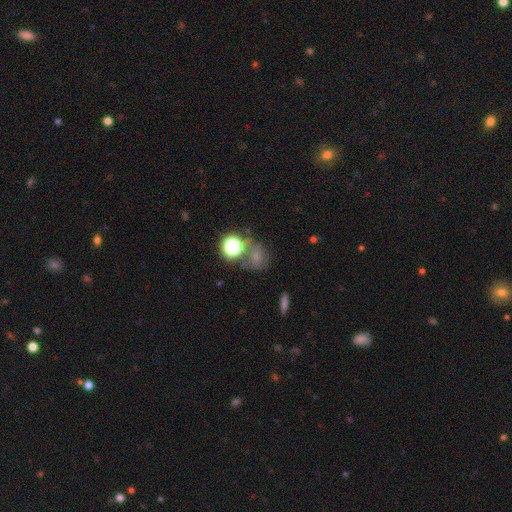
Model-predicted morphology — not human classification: Smooth or featured? smooth (52%)
How rounded? round (68%)
Merging? none (52%)